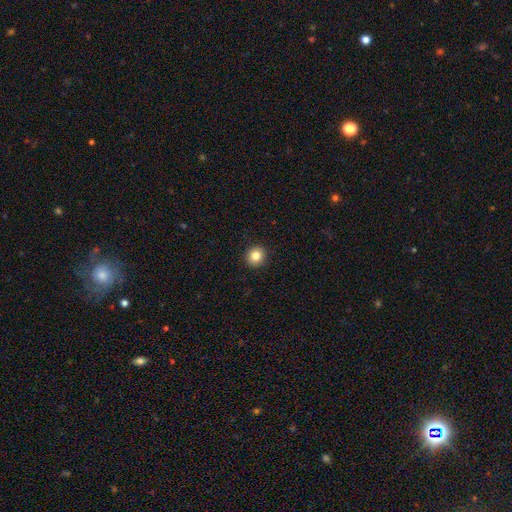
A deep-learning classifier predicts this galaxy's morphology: Smooth or featured? smooth (83%)
How rounded? round (92%)
Merging? none (93%)